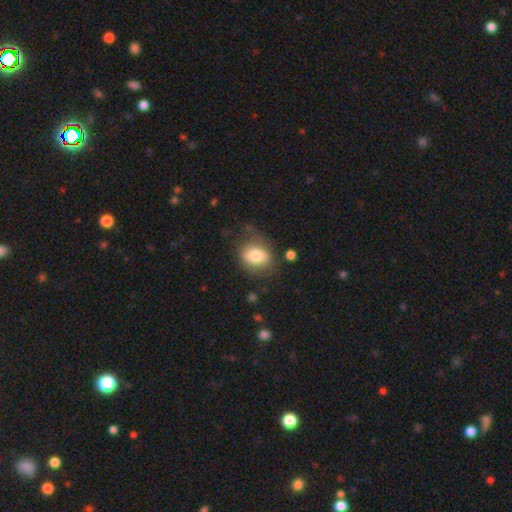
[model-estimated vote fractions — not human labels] This appears to be a smooth galaxy with no disk features (77%) that is in between round and cigar-shaped (54%). Merging: none (58%).